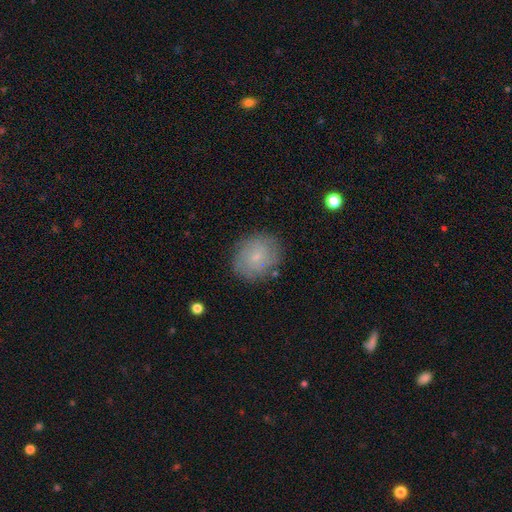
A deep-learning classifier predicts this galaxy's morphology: A smooth galaxy with no disk features (57%) that is round (69%). Merging: none (82%).